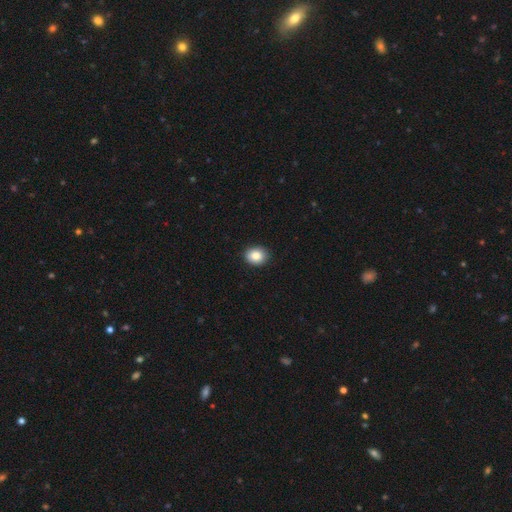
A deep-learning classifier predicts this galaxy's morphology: This appears to be a smooth galaxy with no disk features (85%) that is round (54%). Merging: none (91%).